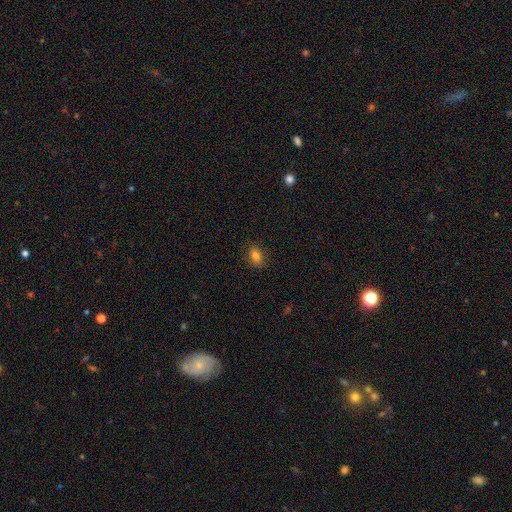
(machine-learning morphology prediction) This is clearly a smooth galaxy (81%). How rounded: likely in between (77%). Merging: clearly none (85%).